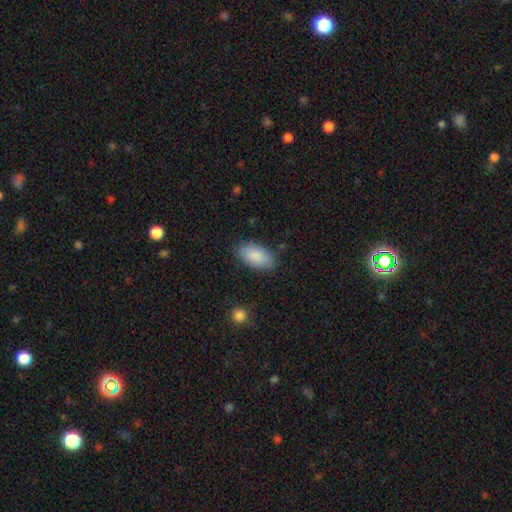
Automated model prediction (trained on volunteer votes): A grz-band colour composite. It shows a smooth galaxy with no disk features (87%) that is in between round and cigar-shaped (93%). Merging: none (83%).